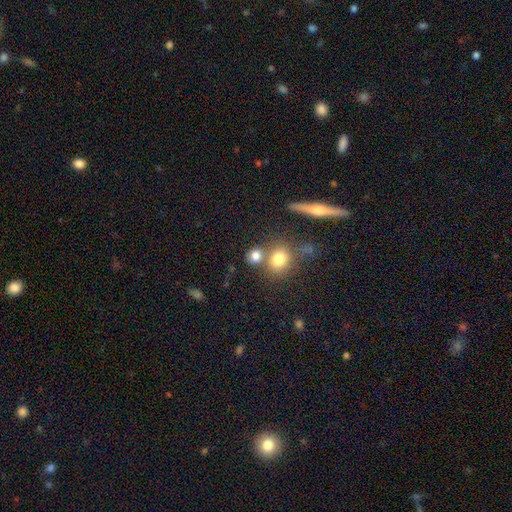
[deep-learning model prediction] Smooth or featured: smooth — 77% (star or artifact — 13%)
How rounded: round — 69% (in between — 29%)
Merging: none — 54% (merger — 32%)